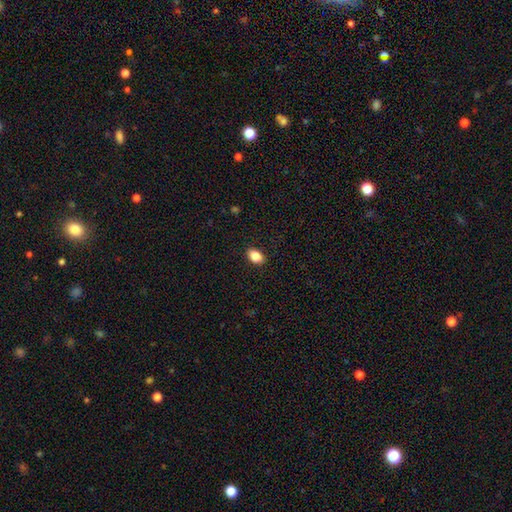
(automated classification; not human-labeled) A smooth galaxy with no disk features (88%) that is in between round and cigar-shaped (87%).

Vote fractions:
- Smooth or featured? smooth: 88% / star or artifact: 8% / featured or disk: 4%
- How rounded? in between: 87% / round: 12% / cigar-shaped: 2%
- Merging? none: 88% / minor disturbance: 9% / major disturbance: 2% / merger: 1%